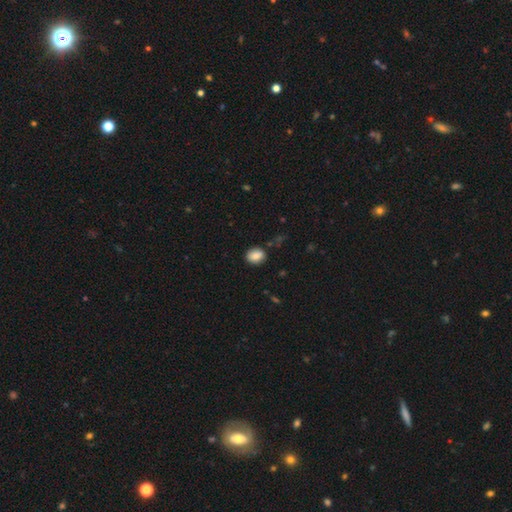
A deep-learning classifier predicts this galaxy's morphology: This appears to be a smooth galaxy with no disk features (86%) that is in between round and cigar-shaped (50%). Merging: none (84%).